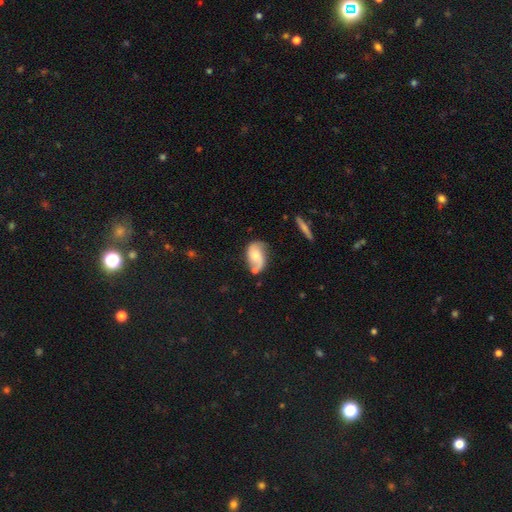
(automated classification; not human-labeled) Smooth or featured?
  - featured or disk: 66% *
  - smooth: 27%
  - star or artifact: 7%
Edge-on disk?
  - no: 96% *
  - yes: 4%
Bar?
  - no: 65% *
  - weak: 29%
  - strong: 6%
Spiral arms?
  - yes: 91% *
  - no: 9%
Spiral winding?
  - loose: 51% *
  - medium: 35%
  - tight: 14%
Spiral arm count?
  - 2: 85% *
  - 1: 6%
  - can't tell: 6%
  - 3: 1%
  - 4: 1%
  - more than 4: 1%
Bulge size?
  - moderate: 51% *
  - small: 33%
  - large: 8%
  - none: 6%
  - dominant: 2%
Merging?
  - none: 57% *
  - minor disturbance: 24%
  - merger: 11%
  - major disturbance: 9%